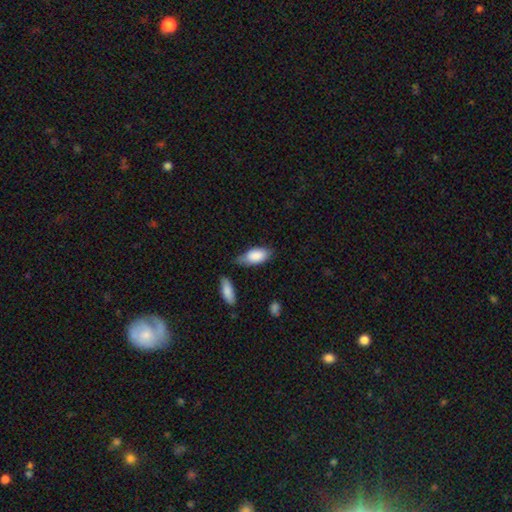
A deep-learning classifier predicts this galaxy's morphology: Q: Smooth or featured?
A: smooth (84%); runner-up: featured or disk (10%)
Q: How rounded?
A: in between (89%); runner-up: cigar-shaped (9%)
Q: Merging?
A: none (54%); runner-up: minor disturbance (31%)